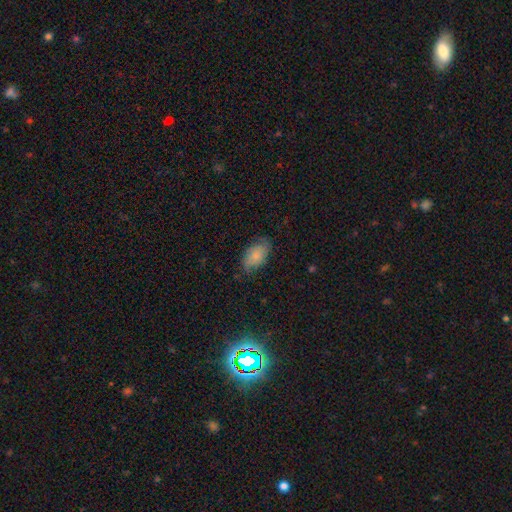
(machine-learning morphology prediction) A smooth galaxy with no disk features (76%) that is in between round and cigar-shaped (93%). Merging: none (69%).